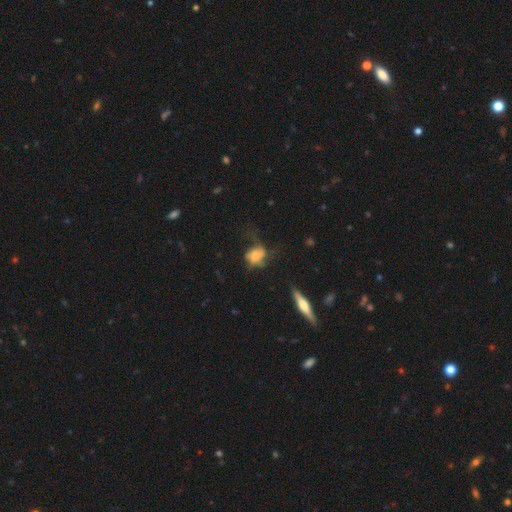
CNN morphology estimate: A smooth galaxy with no disk features (53%) that is in between round and cigar-shaped (67%).

Vote fractions:
- Smooth or featured? smooth: 53% / featured or disk: 36% / star or artifact: 12%
- How rounded? in between: 67% / round: 30% / cigar-shaped: 3%
- Merging? major disturbance: 39% / none: 30% / minor disturbance: 24% / merger: 6%